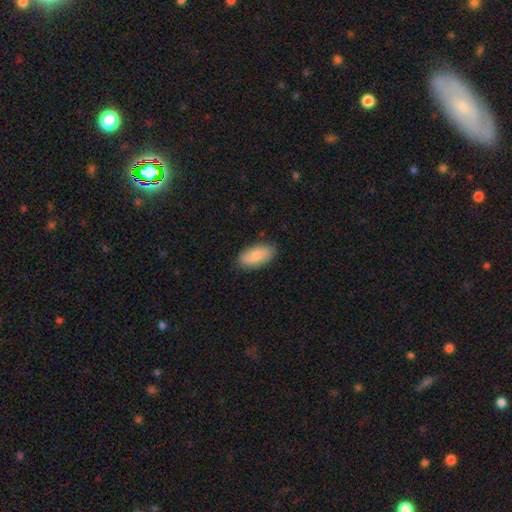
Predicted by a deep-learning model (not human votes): This is clearly a smooth galaxy (83%). How rounded: clearly in between (92%). Merging: clearly none (84%).